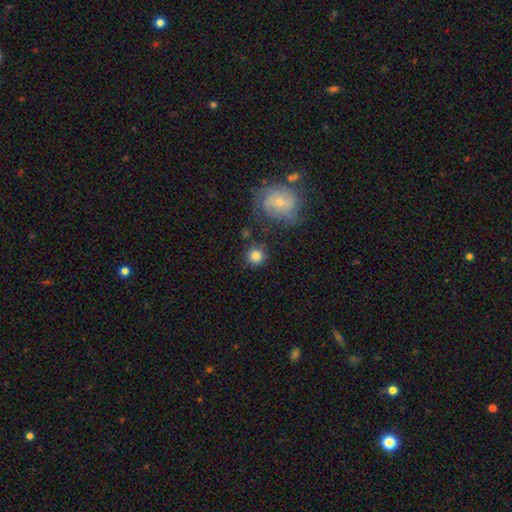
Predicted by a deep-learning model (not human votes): Smooth or featured? smooth (83%)
How rounded? round (92%)
Merging? none (80%)